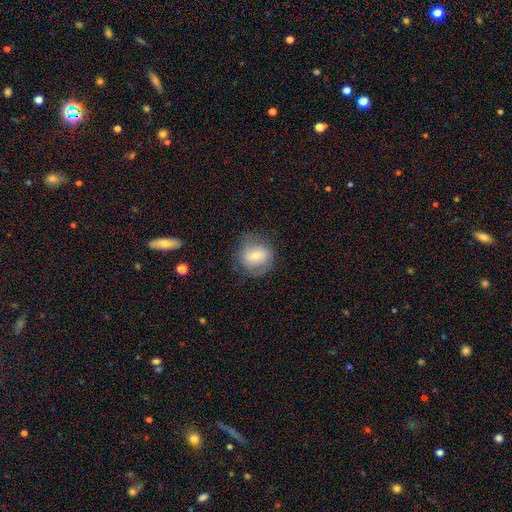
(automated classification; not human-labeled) featured or disk 47%, smooth 45%, star or artifact 8%. Down the decision tree: merging — none (69%).